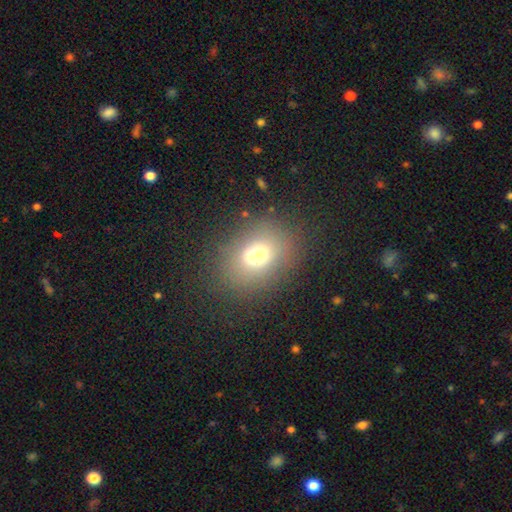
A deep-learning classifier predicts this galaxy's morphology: The model was most divided on "merging": none: 51%, merger: 32%, minor disturbance: 12%, major disturbance: 5%. More confident: smooth or featured — smooth (64%); how rounded — in between (60%).